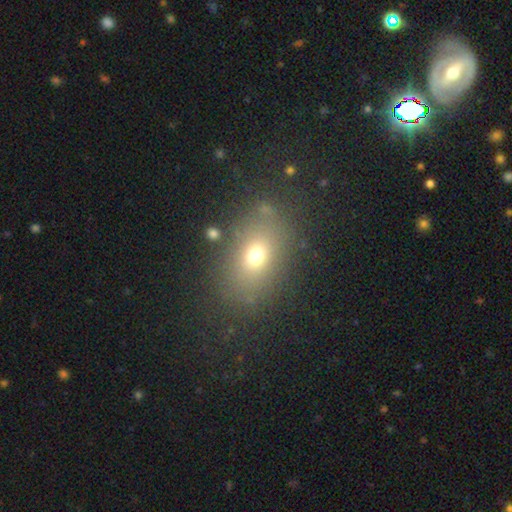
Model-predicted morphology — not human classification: Smooth or featured: smooth — 69% (star or artifact — 16%)
How rounded: in between — 73% (round — 25%)
Merging: none — 80% (minor disturbance — 11%)